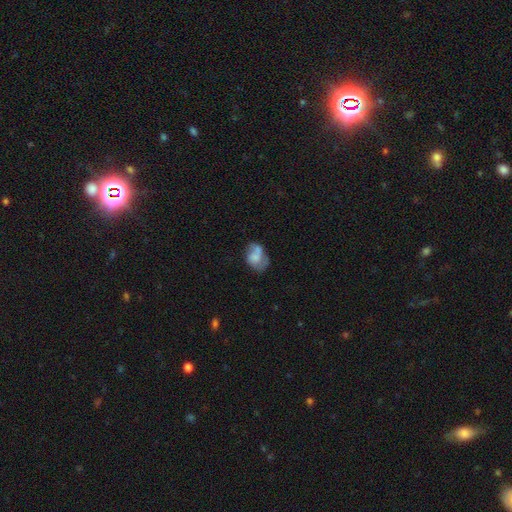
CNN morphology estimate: Smooth or featured? smooth (55%)
How rounded? in between (70%)
Merging? none (31%)